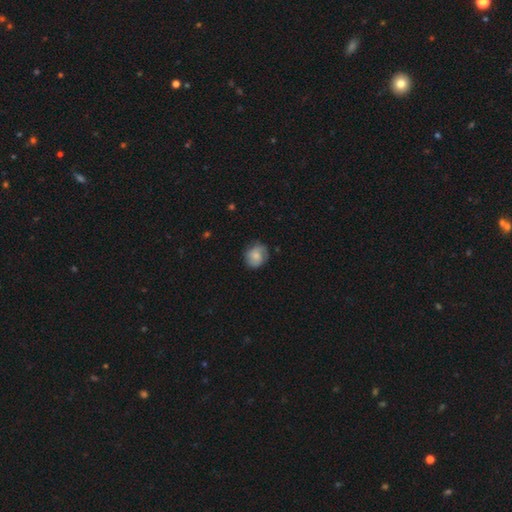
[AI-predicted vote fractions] Smooth or featured: smooth — 65% (featured or disk — 27%)
How rounded: round — 70% (in between — 29%)
Merging: none — 71% (minor disturbance — 22%)